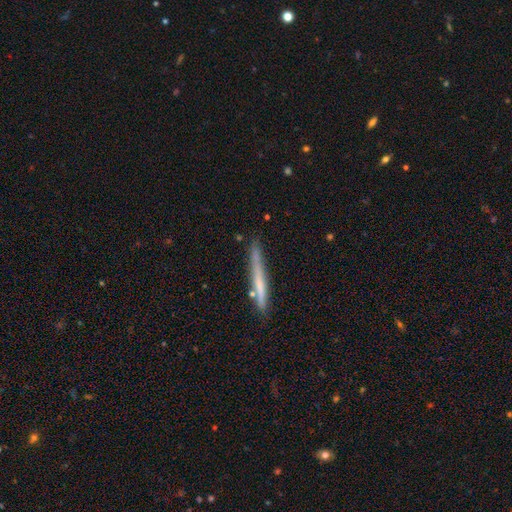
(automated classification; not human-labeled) smooth_or_featured: smooth (p=0.52) [alt: featured or disk p=0.42]
how_rounded: cigar-shaped (p=0.96) [alt: in between p=0.02]
merging: none (p=0.78) [alt: minor disturbance p=0.15]